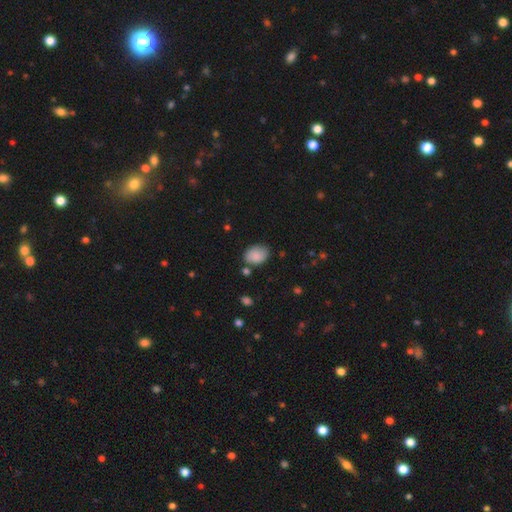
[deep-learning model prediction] This appears to be a smooth galaxy with no disk features (86%) that is in between round and cigar-shaped (75%). Merging: none (70%).